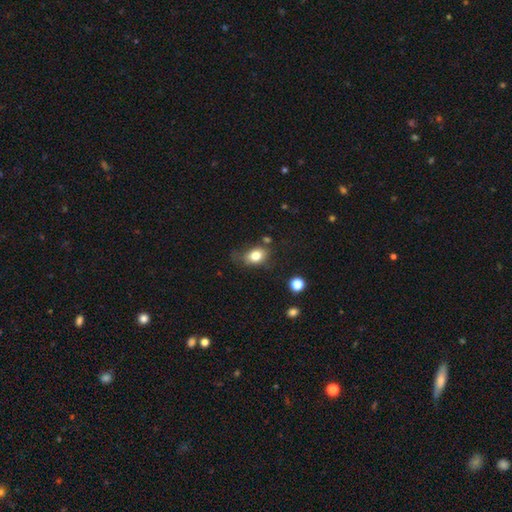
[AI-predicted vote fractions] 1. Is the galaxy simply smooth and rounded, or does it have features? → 80% smooth, 10% featured or disk, 10% star or artifact.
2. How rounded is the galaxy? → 68% in between, 30% round, 1% cigar-shaped.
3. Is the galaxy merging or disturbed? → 60% none, 26% minor disturbance, 9% major disturbance, 5% merger.